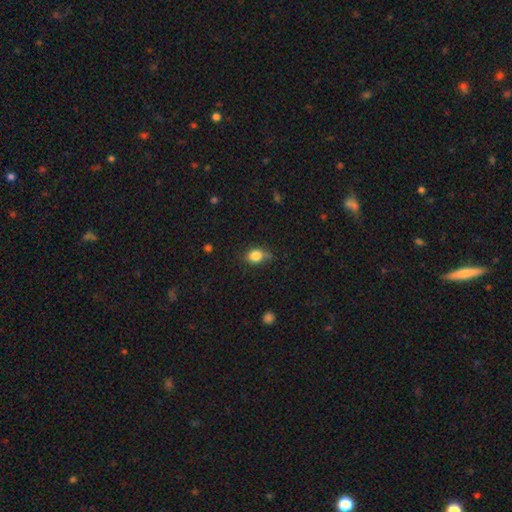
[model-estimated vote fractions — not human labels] Smooth or featured: smooth — 84% (star or artifact — 10%)
How rounded: in between — 61% (round — 38%)
Merging: none — 62% (minor disturbance — 29%)